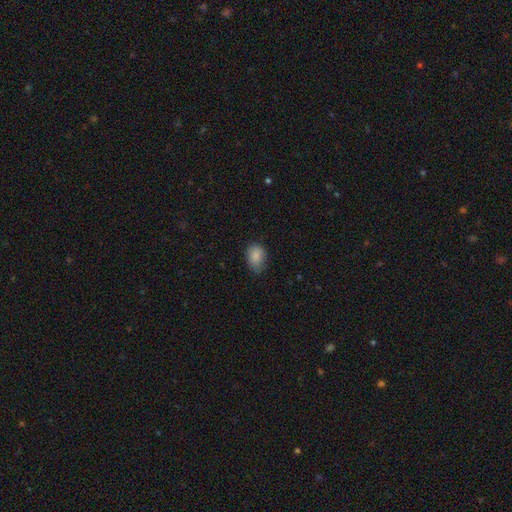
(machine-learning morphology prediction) Q: Smooth or featured?
A: smooth (86%); runner-up: star or artifact (8%)
Q: How rounded?
A: in between (80%); runner-up: round (19%)
Q: Merging?
A: none (68%); runner-up: minor disturbance (26%)